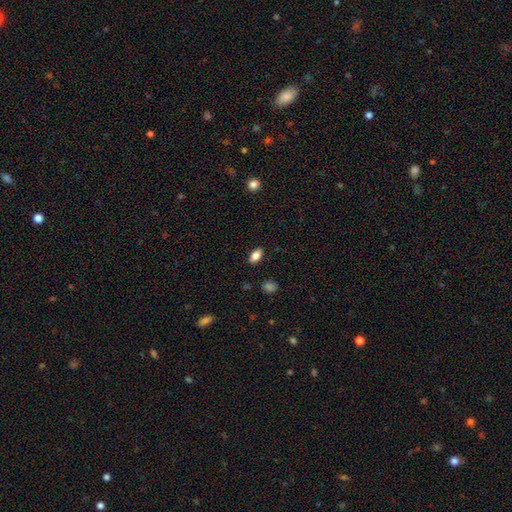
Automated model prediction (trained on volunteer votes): smooth-or-featured: smooth: 85% | star or artifact: 8% | featured or disk: 7%
  how-rounded: in between: 90% | round: 6% | cigar-shaped: 4%
  merging: none: 88% | minor disturbance: 9% | major disturbance: 2% | merger: 1%